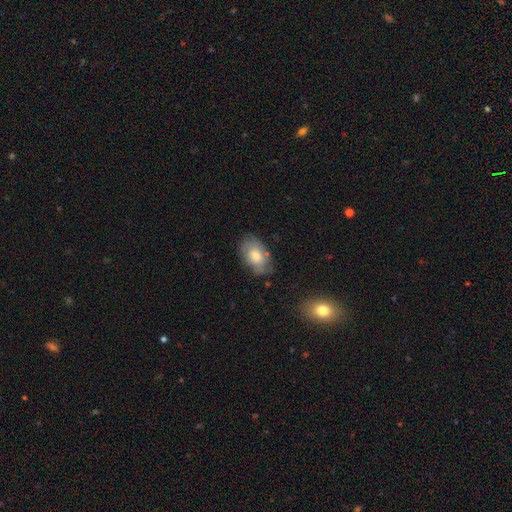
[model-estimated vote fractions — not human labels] Overall: smooth (63%; featured or disk 29%). How rounded: in between (89%). Merging: none (66%).